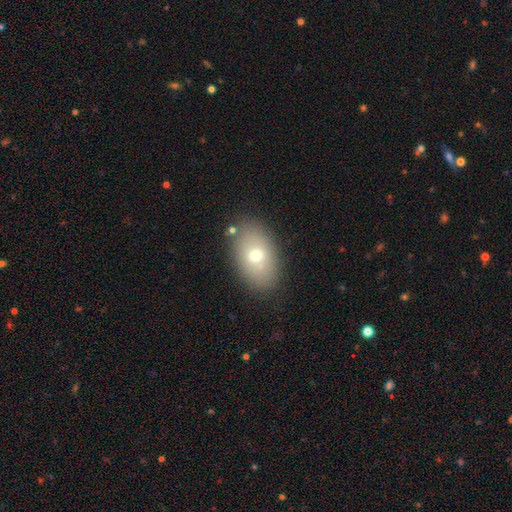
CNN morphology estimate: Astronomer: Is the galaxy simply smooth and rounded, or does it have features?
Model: smooth — 68%.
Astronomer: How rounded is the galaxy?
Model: in between — 87%.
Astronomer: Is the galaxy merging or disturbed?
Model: none — 84%.